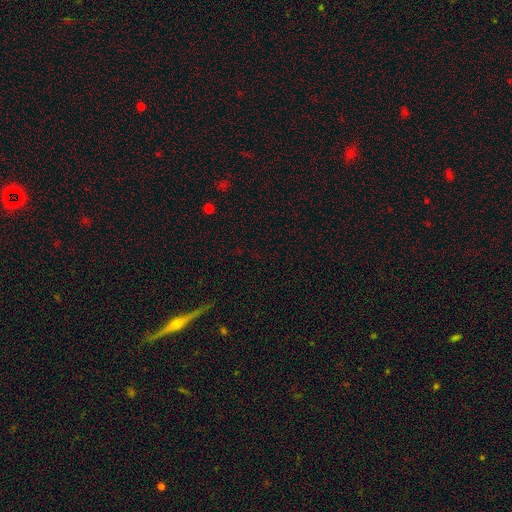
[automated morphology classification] smooth-or-featured: star or artifact: 68% | smooth: 24% | featured or disk: 8%